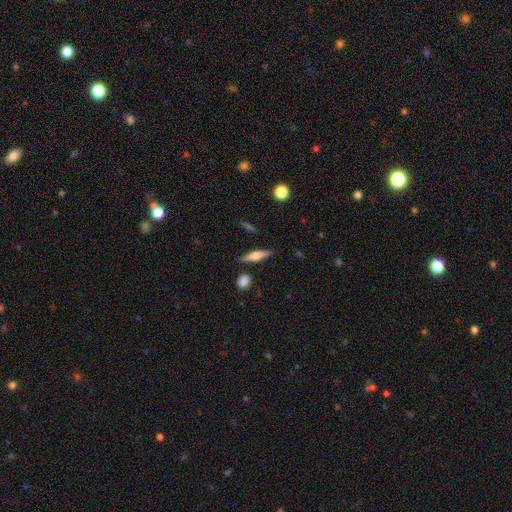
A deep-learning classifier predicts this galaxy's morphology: A featured or disk galaxy (52%) viewed edge-on (95%). Merging: none (86%).